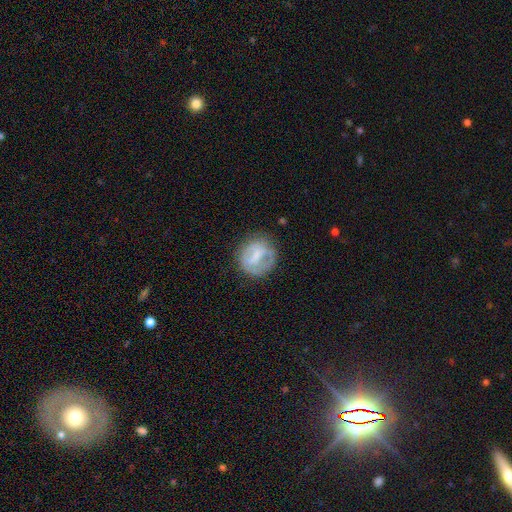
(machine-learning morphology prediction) smooth_or_featured: smooth (p=0.47) [alt: featured or disk p=0.45]
merging: none (p=0.61) [alt: minor disturbance p=0.23]